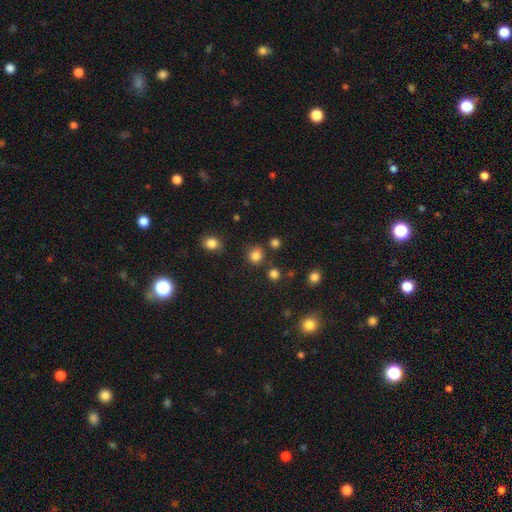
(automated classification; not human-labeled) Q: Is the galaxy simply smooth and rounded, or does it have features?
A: smooth — 82%.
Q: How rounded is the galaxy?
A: round — 85%.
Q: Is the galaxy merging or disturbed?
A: none — 80%.